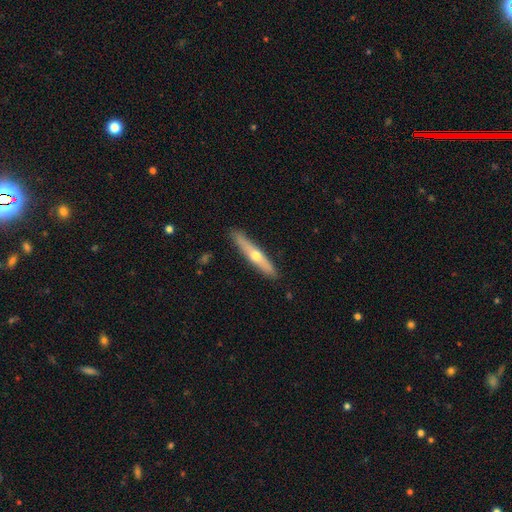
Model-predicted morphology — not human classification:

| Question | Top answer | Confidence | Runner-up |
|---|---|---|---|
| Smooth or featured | featured or disk | 50% | smooth (45%) |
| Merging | none | 88% | minor disturbance (9%) |